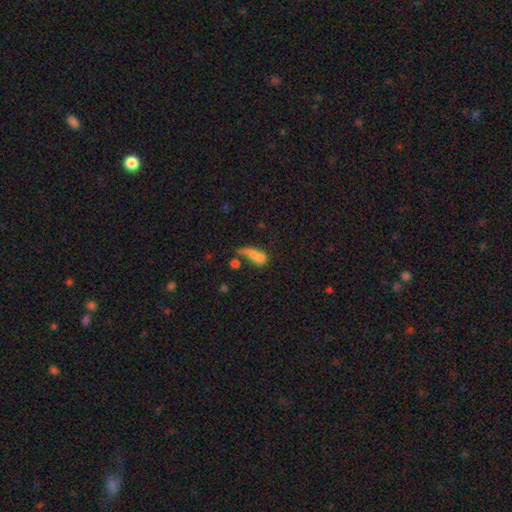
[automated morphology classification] smooth 60%, featured or disk 26%, star or artifact 13%. Down the decision tree: how rounded — in between (65%); merging — merger (55%).